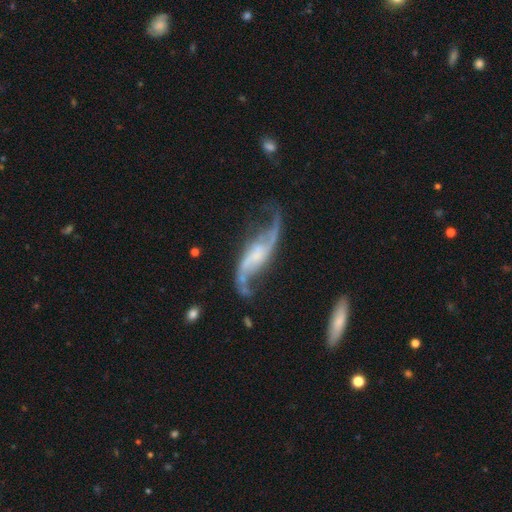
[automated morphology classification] This appears to be a featured or disk galaxy (89%) with no bar (41%), 2 (92%) loose (86%) spiral arms (96%) and a small central bulge (41%). Merging: none (60%).